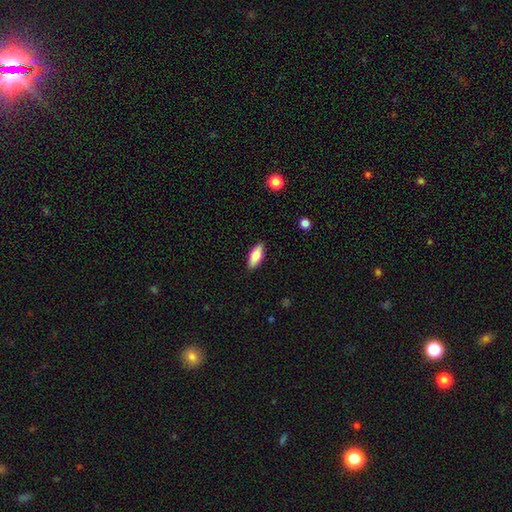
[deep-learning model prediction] Smooth or featured? Predicted: smooth (p=0.82). How rounded? Predicted: in between (p=0.78). Merging? Predicted: none (p=0.88).